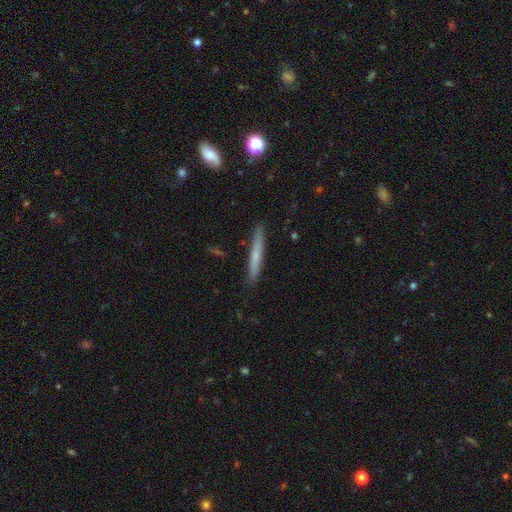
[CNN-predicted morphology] Smooth or featured: smooth — 59% (featured or disk — 35%)
How rounded: cigar-shaped — 95% (in between — 3%)
Merging: none — 88% (minor disturbance — 9%)